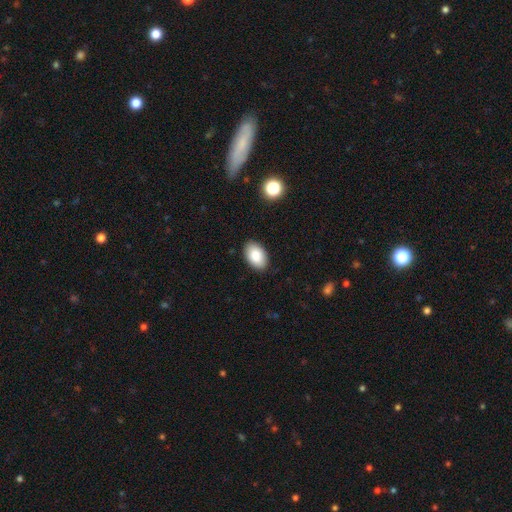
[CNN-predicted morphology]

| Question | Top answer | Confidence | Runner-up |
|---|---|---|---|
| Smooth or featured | smooth | 87% | star or artifact (7%) |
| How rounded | in between | 93% | round (6%) |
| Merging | none | 88% | minor disturbance (9%) |